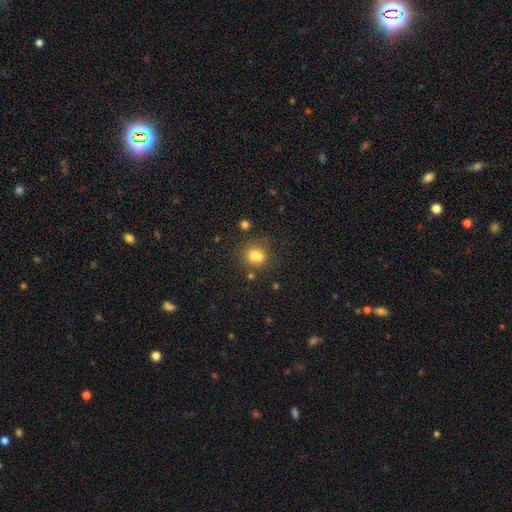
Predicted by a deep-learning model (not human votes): The model was most divided on "merging": none: 55%, merger: 25%, minor disturbance: 14%, major disturbance: 5%. More confident: smooth or featured — smooth (76%); how rounded — round (69%).